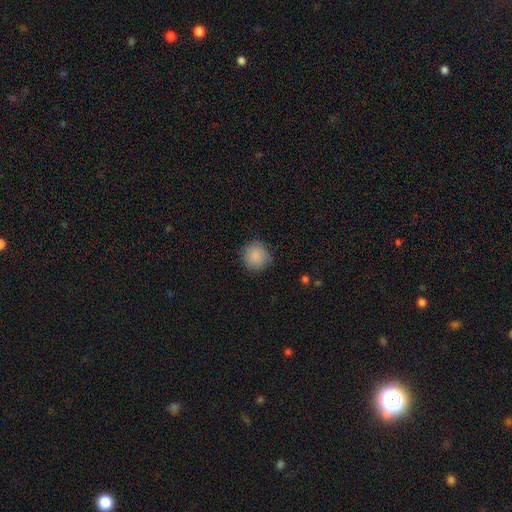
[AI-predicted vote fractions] Smooth or featured: smooth — 87% (star or artifact — 8%)
How rounded: round — 92% (in between — 7%)
Merging: none — 83% (minor disturbance — 13%)